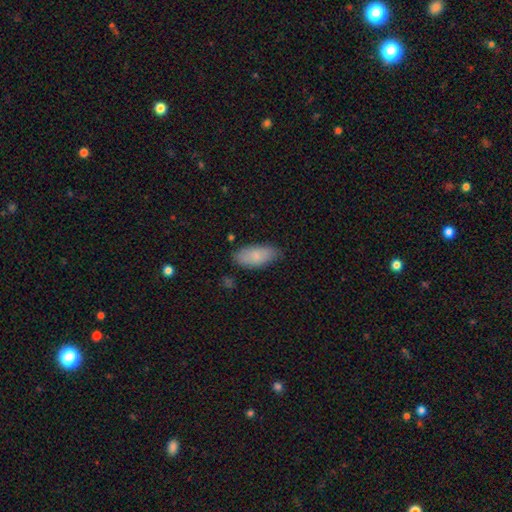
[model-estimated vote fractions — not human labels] This is clearly a smooth galaxy (83%). How rounded: clearly in between (89%). Merging: likely none (79%).